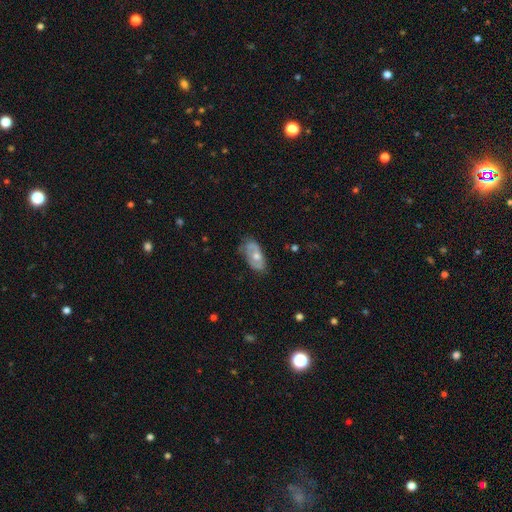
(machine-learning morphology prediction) A featured or disk galaxy (51%).

Vote fractions:
- Smooth or featured? featured or disk: 51% / smooth: 43% / star or artifact: 6%
- Edge-on disk? no: 88% / yes: 12%
- Merging? none: 66% / minor disturbance: 26% / major disturbance: 7% / merger: 2%